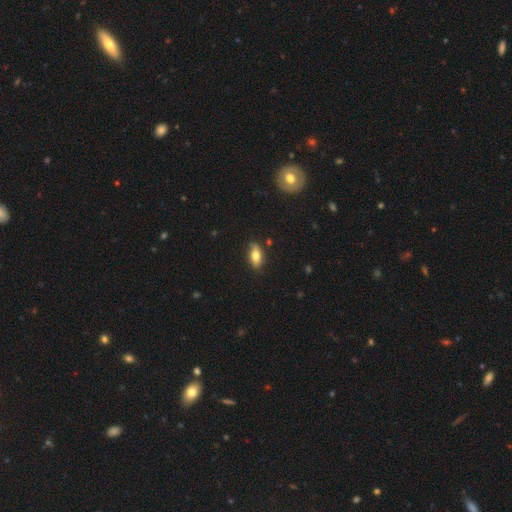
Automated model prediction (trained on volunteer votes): Smooth or featured? Predicted: smooth (p=0.72). How rounded? Predicted: in between (p=0.82). Merging? Predicted: none (p=0.80).